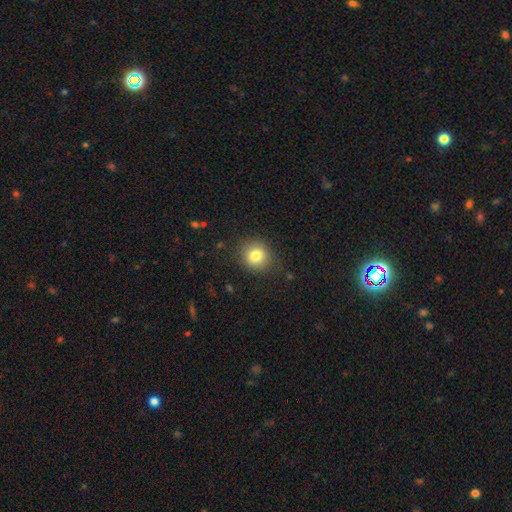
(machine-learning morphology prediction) type=smooth (81%); roundness=round (85%); merging=none (85%).